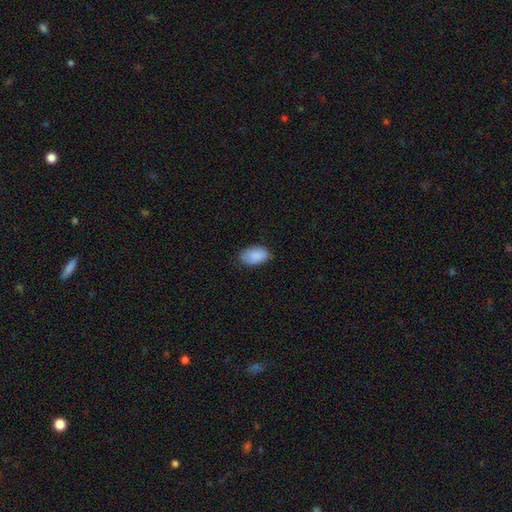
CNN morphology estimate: smooth-or-featured: smooth: 88% | star or artifact: 7% | featured or disk: 5%
  how-rounded: in between: 92% | round: 7% | cigar-shaped: 1%
  merging: none: 75% | minor disturbance: 21% | major disturbance: 4% | merger: 1%